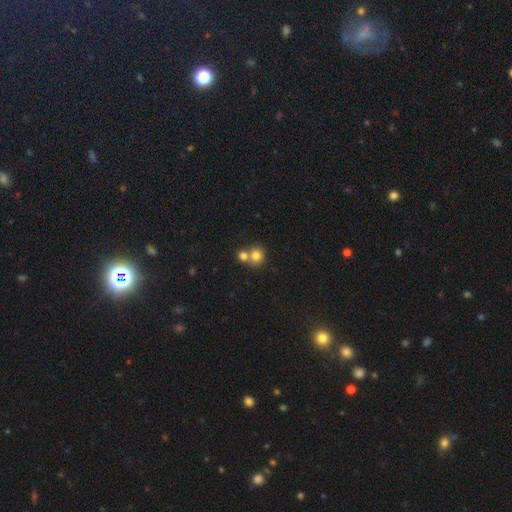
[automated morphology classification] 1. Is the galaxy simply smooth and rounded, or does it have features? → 80% smooth, 11% star or artifact, 9% featured or disk.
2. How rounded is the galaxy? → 85% round, 14% in between, 1% cigar-shaped.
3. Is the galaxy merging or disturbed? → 46% none (tied), 46% merger (tied), 6% minor disturbance, 2% major disturbance.